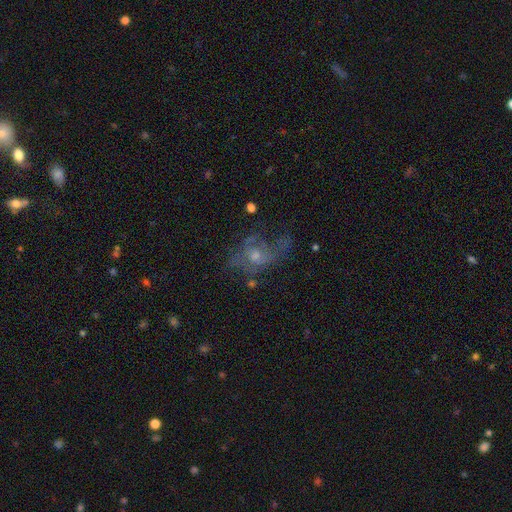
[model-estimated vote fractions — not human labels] The model was most divided on "merging": major disturbance: 39%, none: 36%, minor disturbance: 20%, merger: 4%. Remaining: edge-on disk — no (96%); bar — no (79%); smooth or featured — featured or disk (59%); spiral arms — yes (55%); bulge size — moderate (49%).